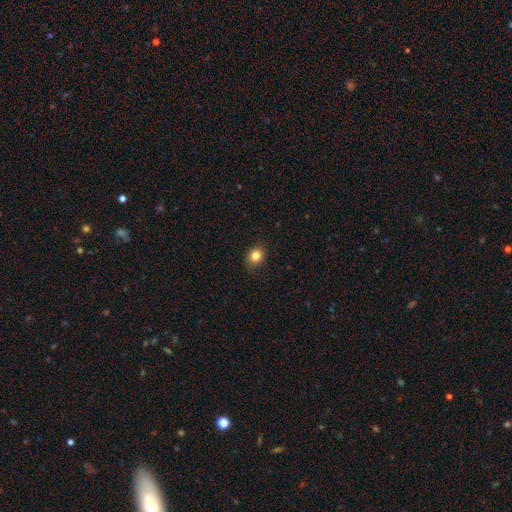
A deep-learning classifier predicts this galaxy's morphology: The model was most divided on "how rounded": round: 64%, in between: 35%, cigar-shaped: 1%. More confident: merging — none (85%); smooth or featured — smooth (83%).